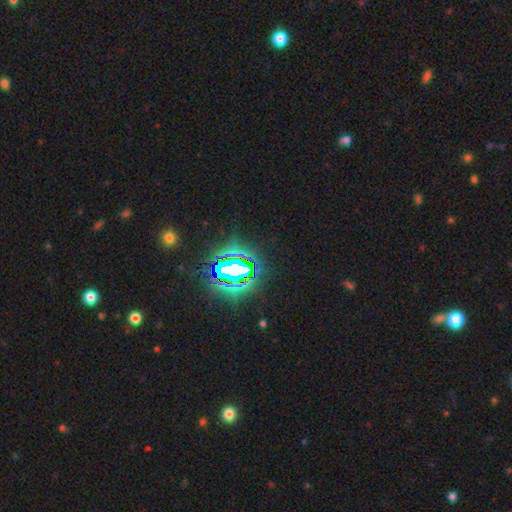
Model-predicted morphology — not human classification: Q: Smooth or featured?
A: star or artifact (81%); runner-up: smooth (11%)